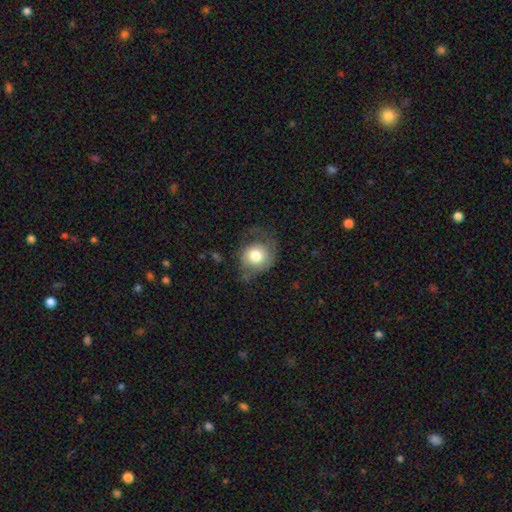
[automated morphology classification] This appears to be a smooth galaxy with no disk features (65%) that is round (75%). Merging: none (43%).